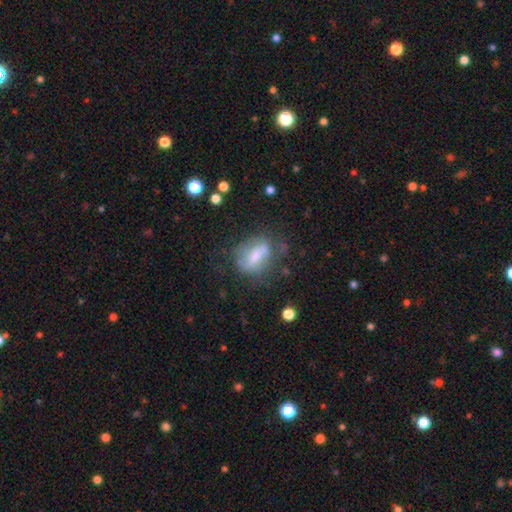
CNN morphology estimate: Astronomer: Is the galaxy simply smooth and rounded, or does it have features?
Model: smooth — 50% (runner-up: featured or disk, 41%).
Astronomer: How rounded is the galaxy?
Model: in between — 75%.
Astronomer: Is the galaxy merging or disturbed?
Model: none — 52%.